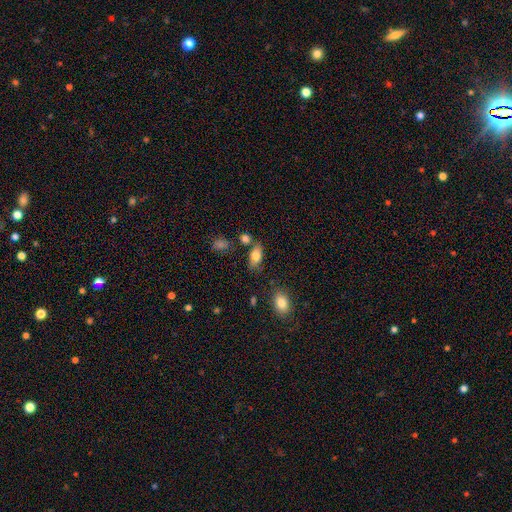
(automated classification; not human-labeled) Smooth or featured: smooth — 78% (featured or disk — 13%)
How rounded: in between — 88% (cigar-shaped — 6%)
Merging: none — 67% (minor disturbance — 19%)